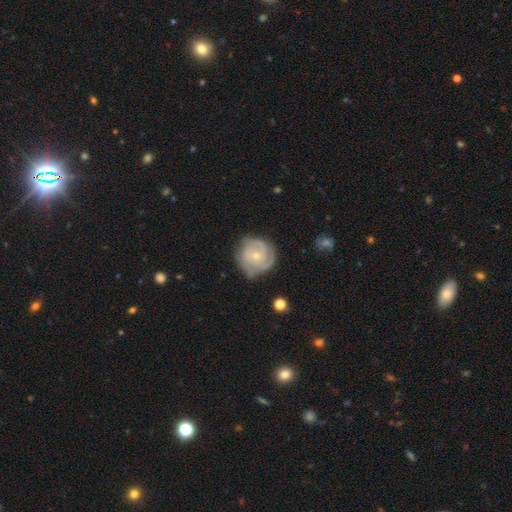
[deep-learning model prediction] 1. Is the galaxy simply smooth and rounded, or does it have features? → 80% featured or disk, 15% smooth, 5% star or artifact.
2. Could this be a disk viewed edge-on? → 98% no, 2% yes.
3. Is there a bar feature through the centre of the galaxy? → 75% no, 22% weak, 4% strong.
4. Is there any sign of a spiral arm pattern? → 95% yes, 5% no.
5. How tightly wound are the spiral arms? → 60% tight, 33% medium, 7% loose.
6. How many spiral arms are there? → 50% 3, 18% 2, 16% can't tell, 8% 4, 4% 1, 4% more than 4.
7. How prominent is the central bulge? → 65% small, 32% moderate, 2% none, 1% large, 1% dominant.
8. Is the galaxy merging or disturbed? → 73% none, 20% minor disturbance, 6% major disturbance, 2% merger.